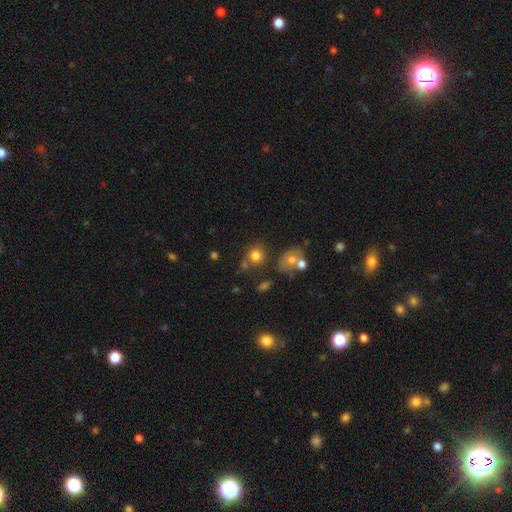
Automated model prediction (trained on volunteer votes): Overall: smooth (77%). How rounded: round (76%). Merging: none (60%).